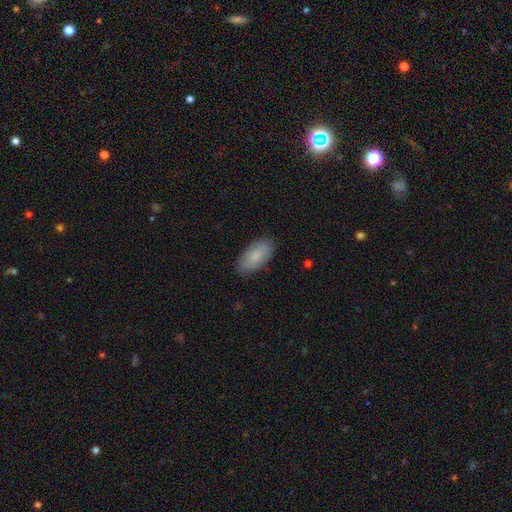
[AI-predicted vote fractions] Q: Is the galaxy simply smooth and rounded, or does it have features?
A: smooth — 81%.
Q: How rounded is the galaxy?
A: in between — 92%.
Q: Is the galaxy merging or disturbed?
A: none — 84%.